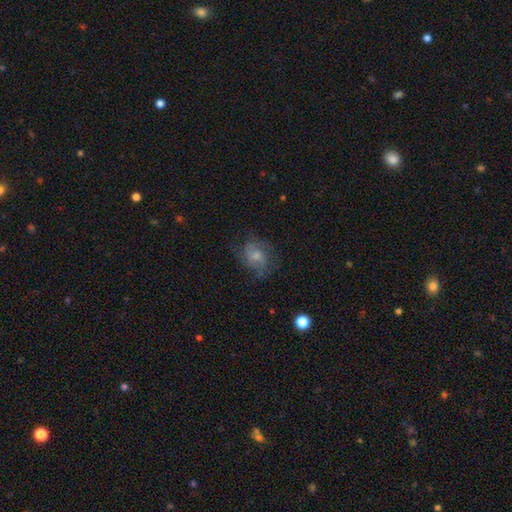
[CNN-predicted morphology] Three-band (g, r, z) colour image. It shows a featured or disk galaxy (49%). Merging: none (63%).